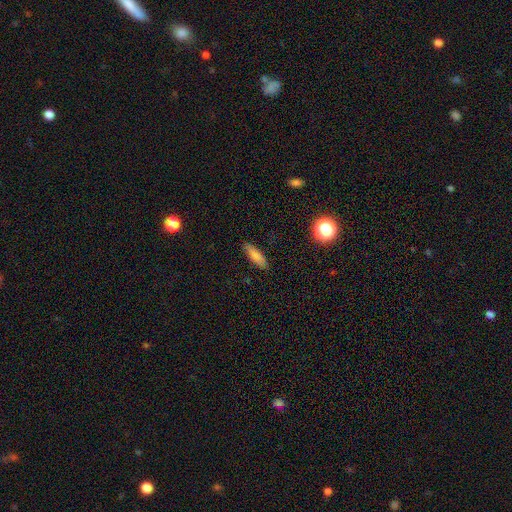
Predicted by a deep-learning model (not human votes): Overall: smooth (79%). How rounded: cigar-shaped (52%; in between 46%). Merging: none (87%).